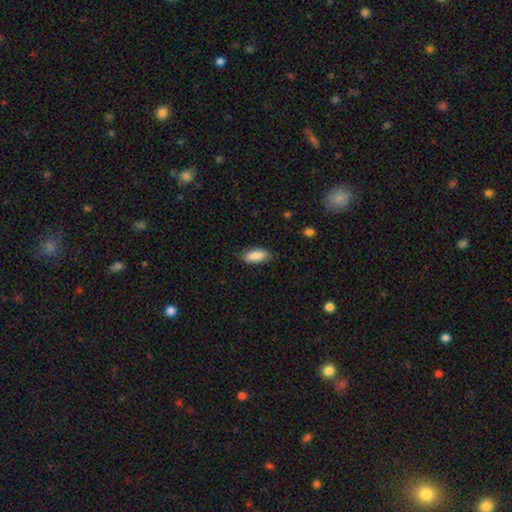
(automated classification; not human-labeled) This appears to be a smooth galaxy with no disk features (87%) that is in between round and cigar-shaped (80%). Merging: none (81%).